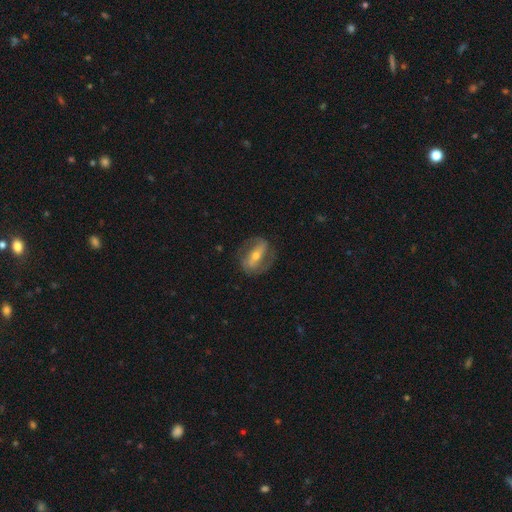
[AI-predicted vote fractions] A featured or disk galaxy (78%) with a strong bar (60%), 2 (86%) medium (46%) spiral arms (83%) and a moderate central bulge (54%).

Vote fractions:
- Smooth or featured? featured or disk: 78% / smooth: 16% / star or artifact: 6%
- Edge-on disk? no: 93% / yes: 7%
- Bar? strong: 60% / weak: 24% / no: 16%
- Spiral arms? yes: 83% / no: 17%
- Spiral winding? medium: 46% / tight: 31% / loose: 22%
- Spiral arm count? 2: 86% / can't tell: 7% / 1: 3% / 3: 1% / 4: 1% / more than 4: 1%
- Bulge size? moderate: 54% / small: 40% / large: 3% / none: 1% / dominant: 1%
- Merging? none: 76% / minor disturbance: 14% / major disturbance: 8% / merger: 1%